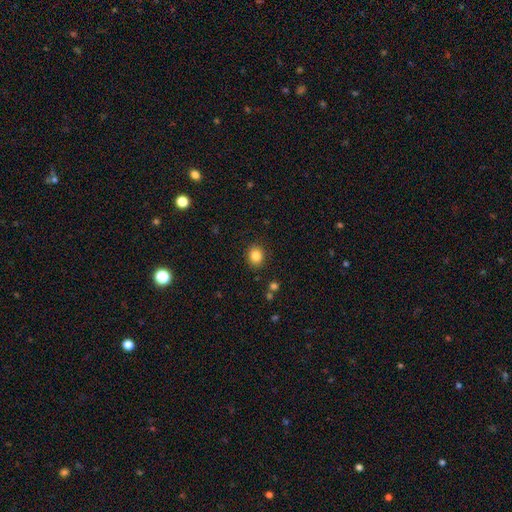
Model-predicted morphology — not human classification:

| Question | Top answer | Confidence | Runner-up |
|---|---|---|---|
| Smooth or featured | smooth | 85% | star or artifact (10%) |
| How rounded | round | 67% | in between (32%) |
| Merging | none | 89% | minor disturbance (7%) |